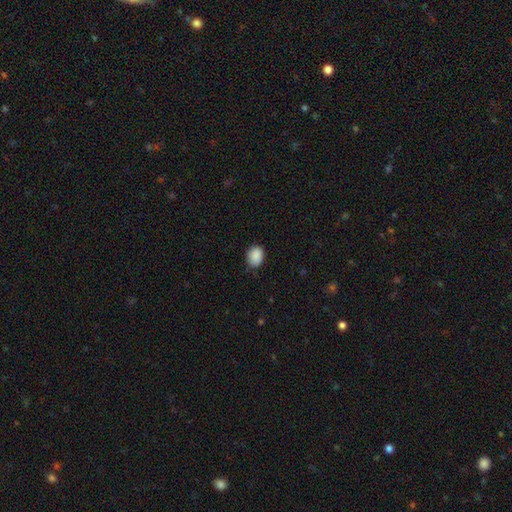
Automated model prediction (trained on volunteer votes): Morphology: type=smooth (89%); roundness=in between (56%); merging=none (78%).